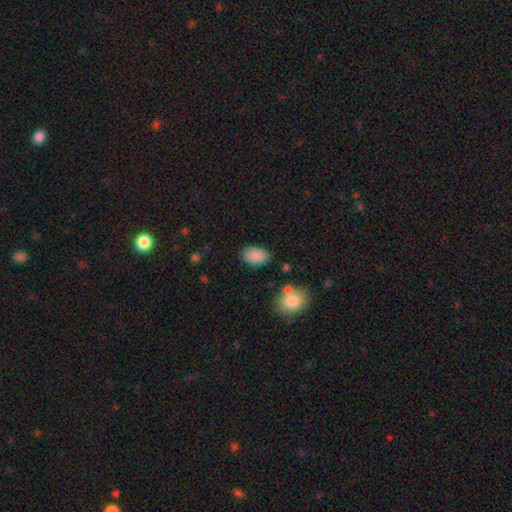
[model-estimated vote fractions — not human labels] Overall: smooth (88%). How rounded: in between (90%). Merging: none (82%).